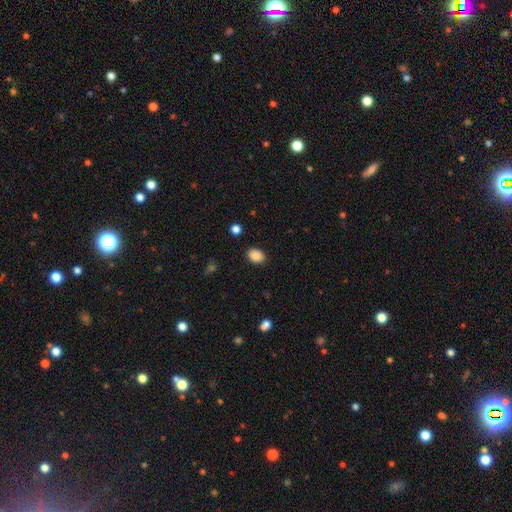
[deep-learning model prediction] This is clearly a smooth galaxy (88%). How rounded: likely in between (72%). Merging: clearly none (88%).